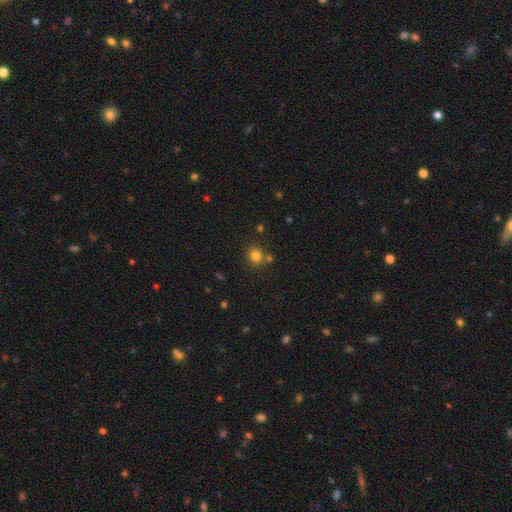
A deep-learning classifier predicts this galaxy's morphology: smooth 80%, star or artifact 14%, featured or disk 6%. Down the decision tree: how rounded — round (84%); merging — none (74%).